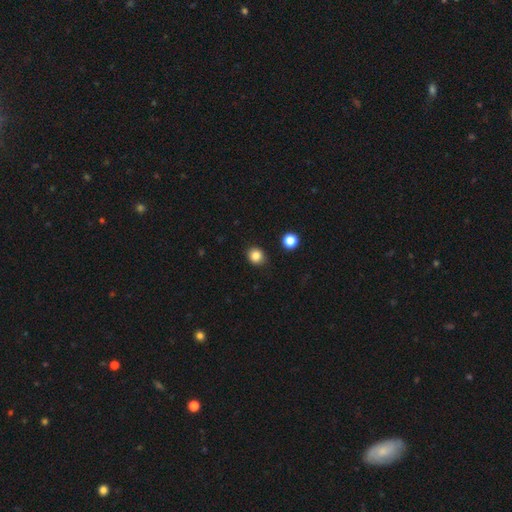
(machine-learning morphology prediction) Smooth or featured? Predicted: smooth (p=0.84). How rounded? Predicted: round (p=0.83). Merging? Predicted: none (p=0.90).